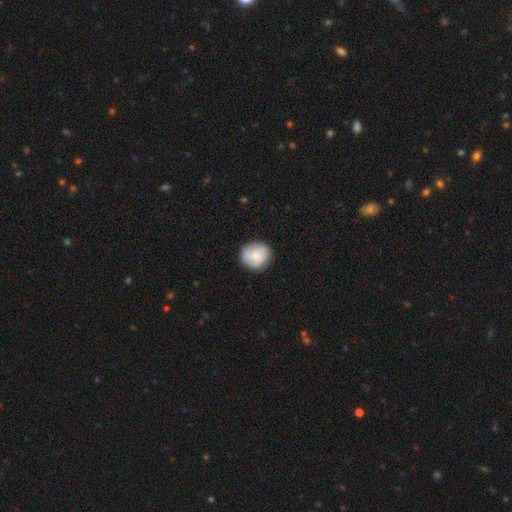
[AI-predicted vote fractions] The model was most divided on "smooth or featured": smooth: 62%, featured or disk: 32%, star or artifact: 7%. More confident: how rounded — round (85%); merging — none (79%).